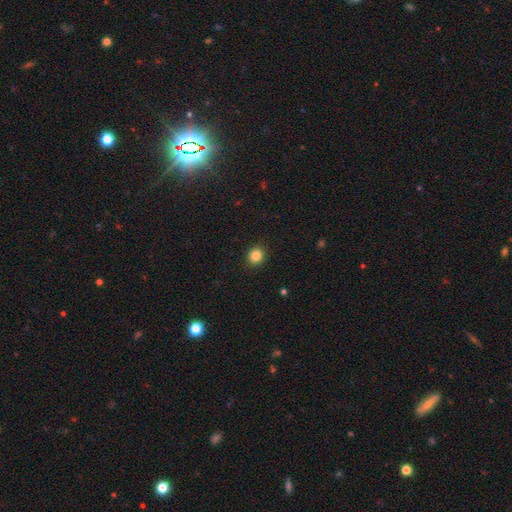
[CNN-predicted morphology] Smooth or featured? smooth (85%)
How rounded? round (80%)
Merging? none (92%)